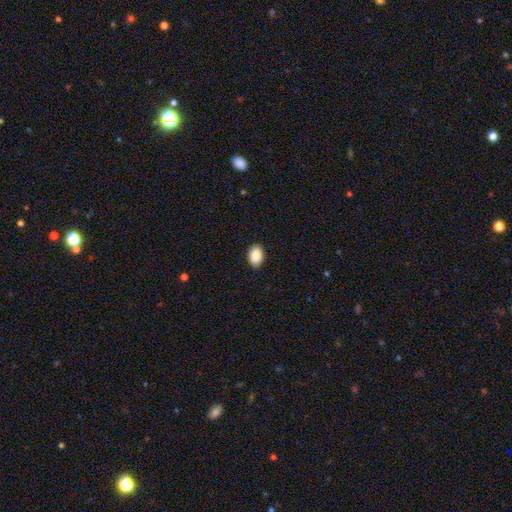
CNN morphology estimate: A smooth galaxy with no disk features (89%) that is in between round and cigar-shaped (84%).

Vote fractions:
- Smooth or featured? smooth: 89% / star or artifact: 7% / featured or disk: 4%
- How rounded? in between: 84% / round: 15% / cigar-shaped: 1%
- Merging? none: 90% / minor disturbance: 7% / major disturbance: 2% / merger: 1%